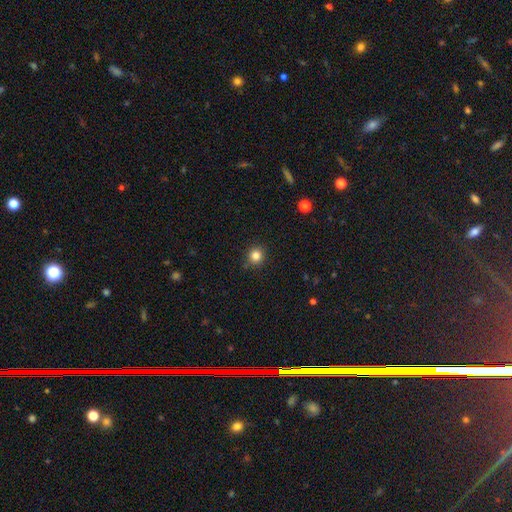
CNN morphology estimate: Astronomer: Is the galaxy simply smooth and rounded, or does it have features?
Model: smooth — 83%.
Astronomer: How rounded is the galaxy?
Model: round — 92%.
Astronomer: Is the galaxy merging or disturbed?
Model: none — 89%.